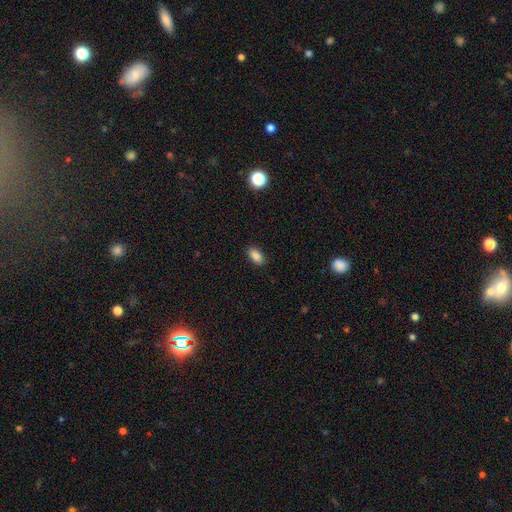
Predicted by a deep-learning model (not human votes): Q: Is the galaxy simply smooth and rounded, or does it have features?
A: smooth — 87%.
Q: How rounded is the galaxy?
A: in between — 92%.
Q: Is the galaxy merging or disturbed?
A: none — 89%.